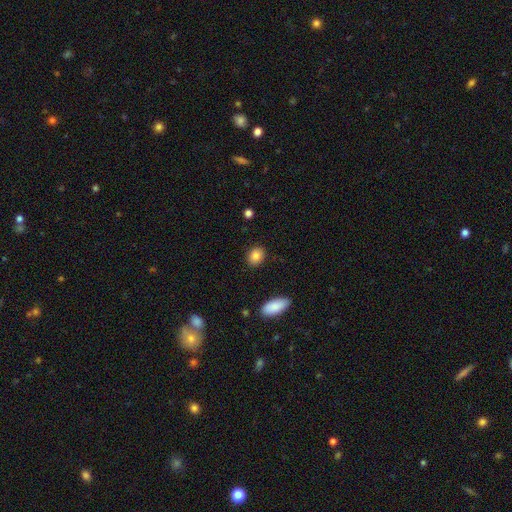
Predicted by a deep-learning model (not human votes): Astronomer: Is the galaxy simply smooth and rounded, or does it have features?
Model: smooth — 86%.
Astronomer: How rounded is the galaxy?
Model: in between — 56% (runner-up: round, 42%).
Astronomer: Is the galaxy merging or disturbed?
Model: none — 89%.